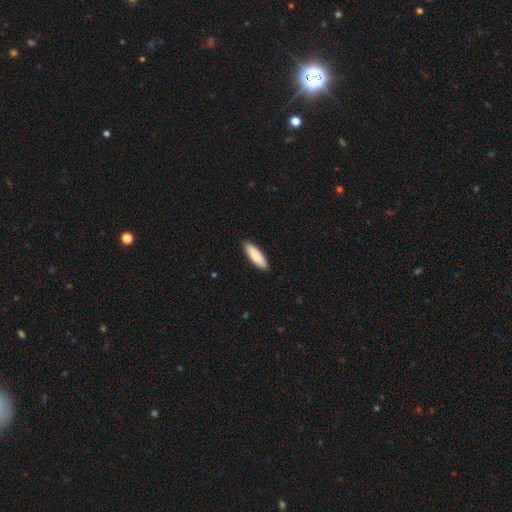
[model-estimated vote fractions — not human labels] A smooth galaxy with no disk features (87%) that is cigar-shaped (53%). Merging: none (91%).